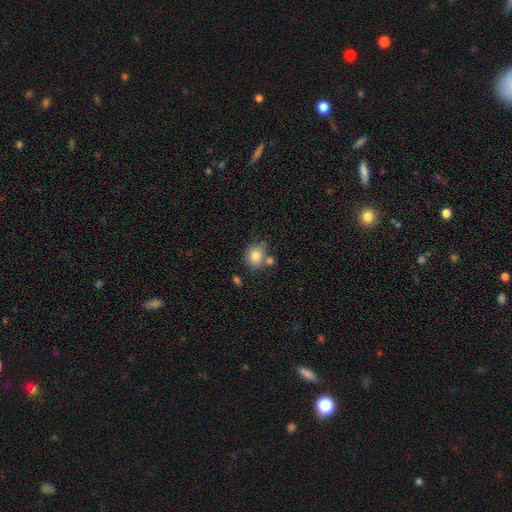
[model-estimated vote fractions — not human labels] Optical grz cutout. It shows a smooth galaxy with no disk features (81%) that is round (63%). Merging: none (58%).